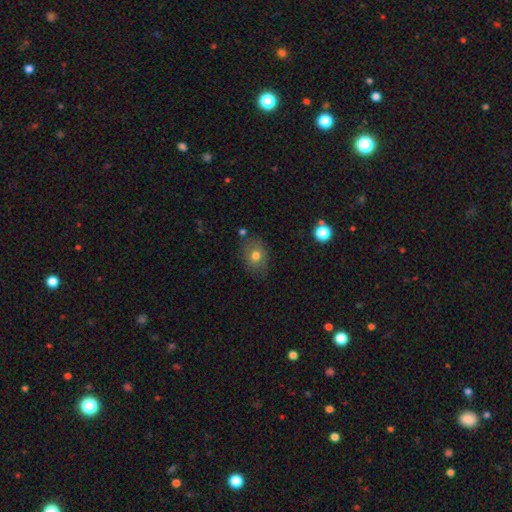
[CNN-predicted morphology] This is likely a smooth galaxy (71%). How rounded: likely in between (65%). Merging: likely none (73%).